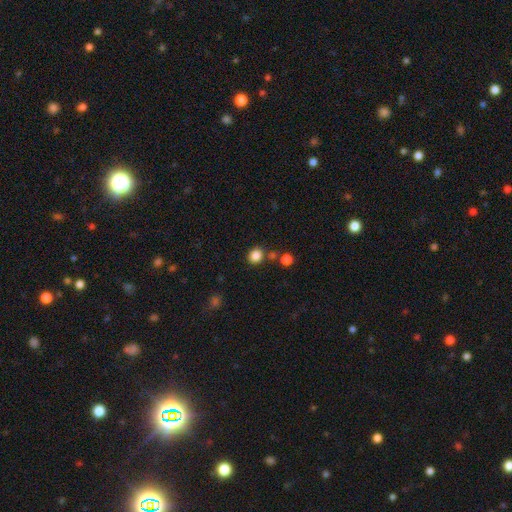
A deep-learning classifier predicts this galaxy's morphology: smooth-or-featured: smooth: 84% | star or artifact: 12% | featured or disk: 4%
  how-rounded: round: 78% | in between: 21% | cigar-shaped: 1%
  merging: none: 78% | merger: 9% | minor disturbance: 9% | major disturbance: 3%